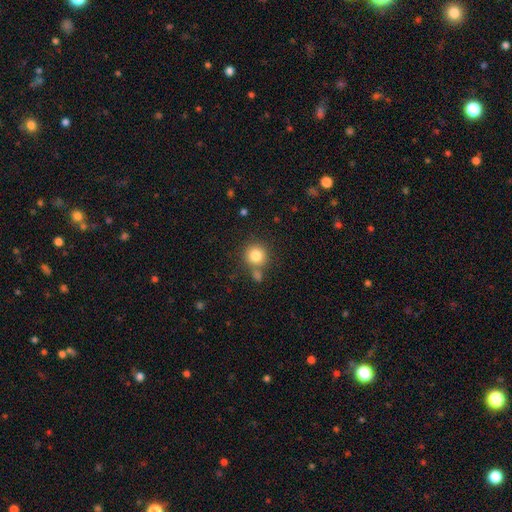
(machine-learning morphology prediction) A smooth galaxy with no disk features (81%) that is round (92%). Merging: none (71%).